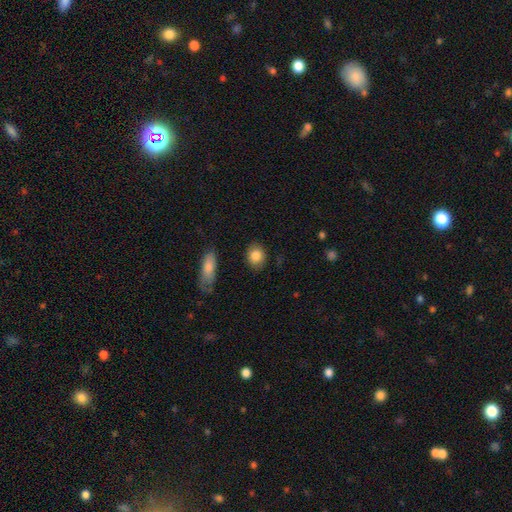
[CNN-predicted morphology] This appears to be a smooth galaxy with no disk features (86%) that is round (64%). Merging: none (85%).